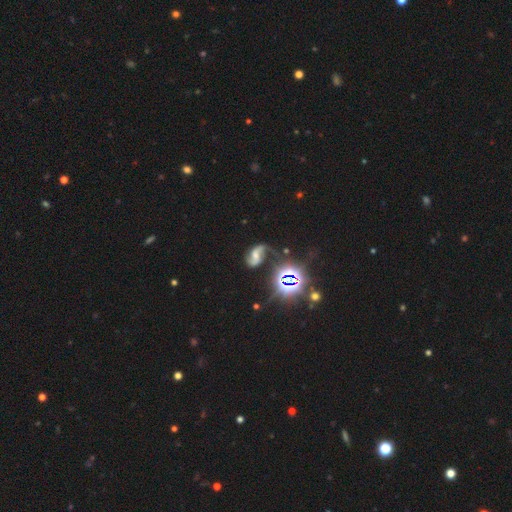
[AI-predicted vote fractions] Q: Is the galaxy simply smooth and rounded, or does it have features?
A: featured or disk — 72%.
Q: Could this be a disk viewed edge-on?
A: no — 97%.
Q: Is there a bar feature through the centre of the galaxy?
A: weak — 41%.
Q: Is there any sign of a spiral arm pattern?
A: yes — 94%.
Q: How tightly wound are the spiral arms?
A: loose — 58%.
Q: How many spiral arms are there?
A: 2 — 84%.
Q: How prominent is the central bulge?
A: moderate — 37%.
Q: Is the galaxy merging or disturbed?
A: none — 55%.